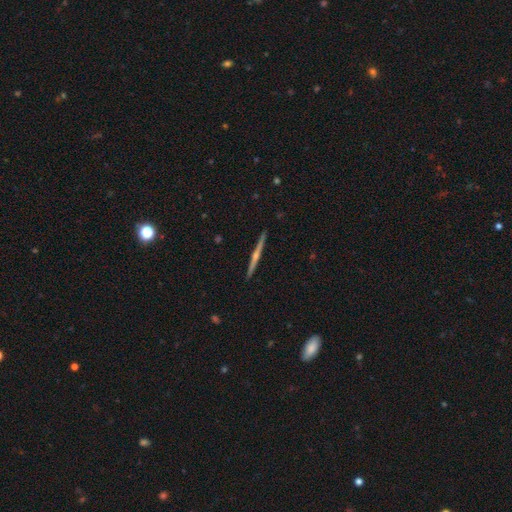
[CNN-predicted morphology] A featured or disk galaxy (77%) viewed edge-on (99%) with a rounded central bulge (83%).

Vote fractions:
- Smooth or featured? featured or disk: 77% / smooth: 17% / star or artifact: 6%
- Edge-on disk? yes: 99% / no: 1%
- Edge-on bulge? rounded: 83% / none: 13% / boxy: 5%
- Merging? none: 93% / minor disturbance: 5% / major disturbance: 1% / merger: 1%